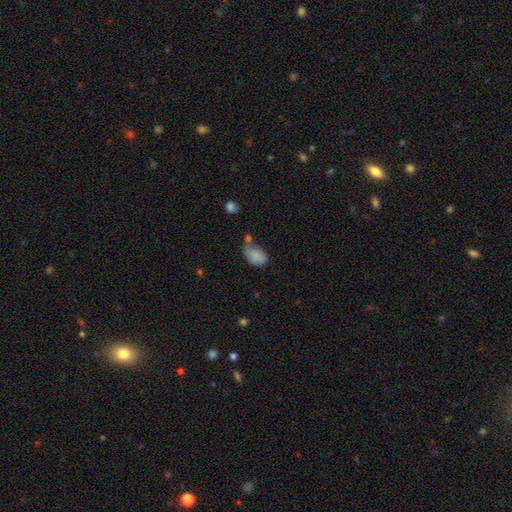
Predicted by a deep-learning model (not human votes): Smooth or featured? Predicted: smooth (p=0.83). How rounded? Predicted: in between (p=0.90). Merging? Predicted: none (p=0.41).